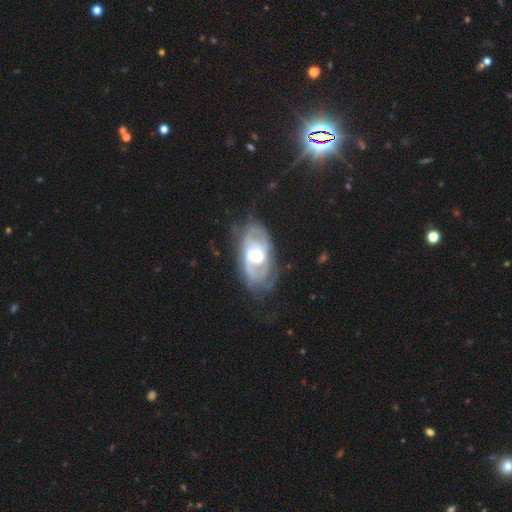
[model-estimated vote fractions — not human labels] This is likely a featured or disk galaxy (79%). It is clearly not viewed edge-on (94%). Bar: possibly no (56%). Spiral arm pattern: clearly yes (83%). Spiral arm count: possibly 2 (56%). Spiral winding: possibly tight (50%). Central bulge: likely moderate (72%). Merging: likely none (68%).